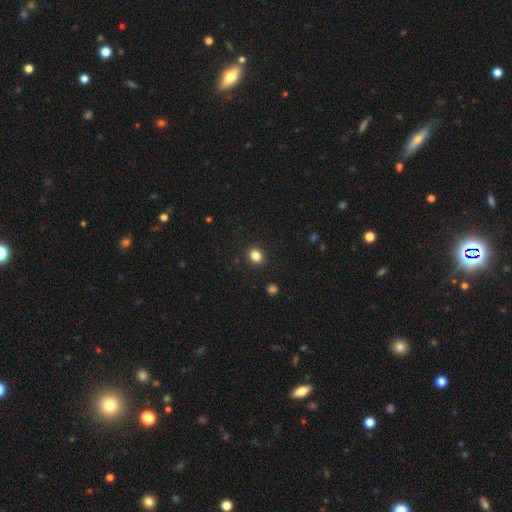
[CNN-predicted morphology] smooth 83%, star or artifact 12%, featured or disk 5%. Down the decision tree: how rounded — round (82%); merging — none (92%).